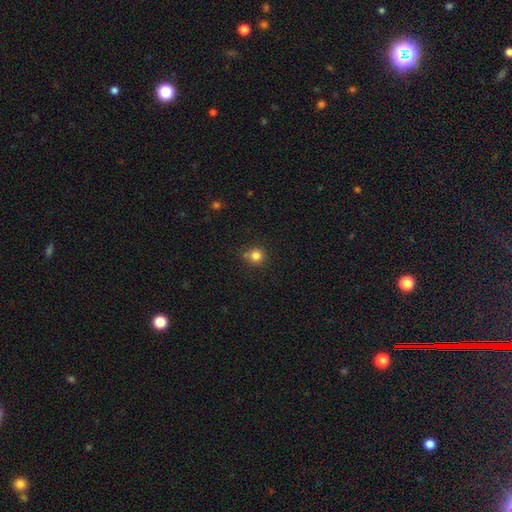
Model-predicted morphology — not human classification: Q: Smooth or featured?
A: smooth (83%); runner-up: star or artifact (12%)
Q: How rounded?
A: round (91%); runner-up: in between (8%)
Q: Merging?
A: none (76%); runner-up: minor disturbance (14%)